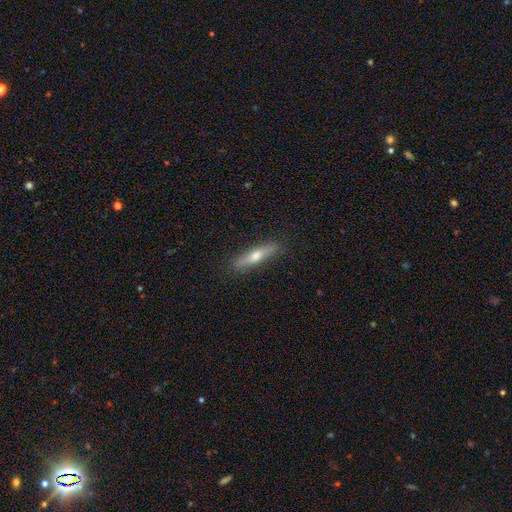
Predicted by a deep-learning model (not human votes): A smooth galaxy with no disk features (52%) that is cigar-shaped (85%).

Vote fractions:
- Smooth or featured? smooth: 52% / featured or disk: 42% / star or artifact: 6%
- How rounded? cigar-shaped: 85% / in between: 13% / round: 2%
- Merging? none: 87% / minor disturbance: 10% / major disturbance: 2% / merger: 1%